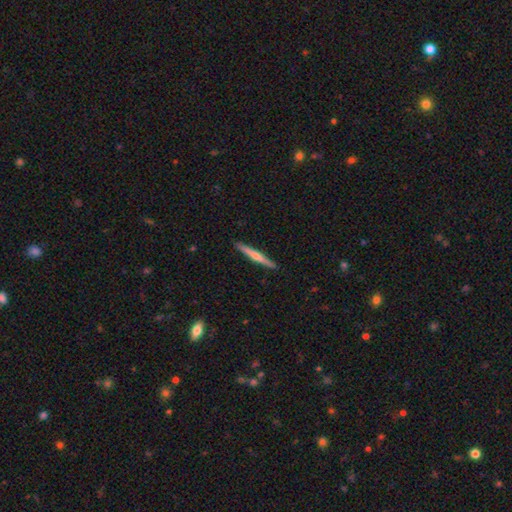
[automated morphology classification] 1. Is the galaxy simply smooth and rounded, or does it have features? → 65% featured or disk, 30% smooth, 6% star or artifact.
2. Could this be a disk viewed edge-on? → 98% yes, 2% no.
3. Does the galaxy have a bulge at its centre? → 77% rounded, 16% none, 7% boxy.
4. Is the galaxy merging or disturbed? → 93% none, 5% minor disturbance, 1% major disturbance, 1% merger.